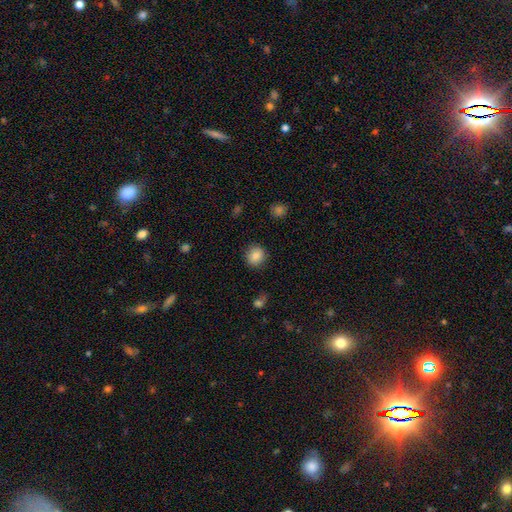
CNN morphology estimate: A smooth galaxy with no disk features (85%) that is round (84%).

Vote fractions:
- Smooth or featured? smooth: 85% / star or artifact: 9% / featured or disk: 6%
- How rounded? round: 84% / in between: 15% / cigar-shaped: 1%
- Merging? none: 88% / minor disturbance: 8% / major disturbance: 2% / merger: 1%